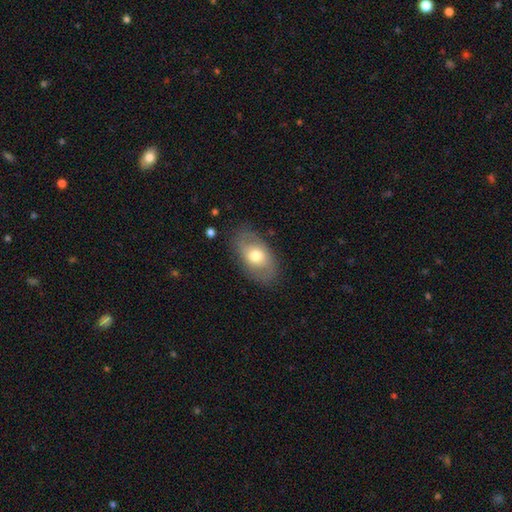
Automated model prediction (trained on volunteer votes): A smooth galaxy with no disk features (59%) that is in between round and cigar-shaped (90%).

Vote fractions:
- Smooth or featured? smooth: 59% / featured or disk: 34% / star or artifact: 7%
- How rounded? in between: 90% / round: 8% / cigar-shaped: 2%
- Merging? none: 78% / minor disturbance: 15% / major disturbance: 5% / merger: 1%